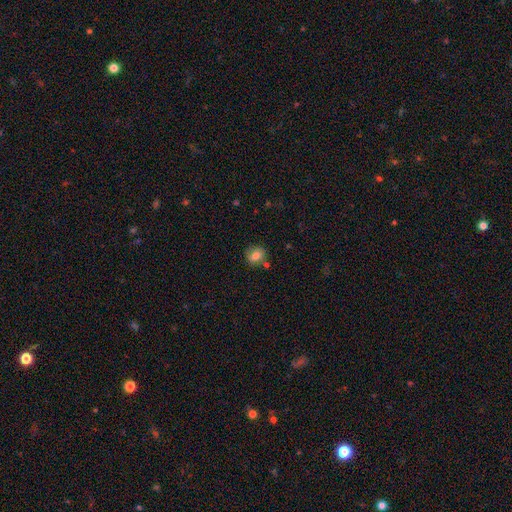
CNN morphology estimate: This appears to be a smooth galaxy with no disk features (80%) that is round (65%). Merging: none (74%).